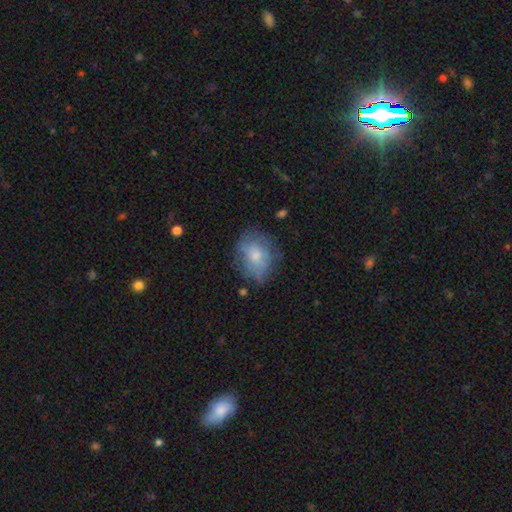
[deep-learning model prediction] Morphology: type=smooth (61%); roundness=in between (56%); merging=none (58%).